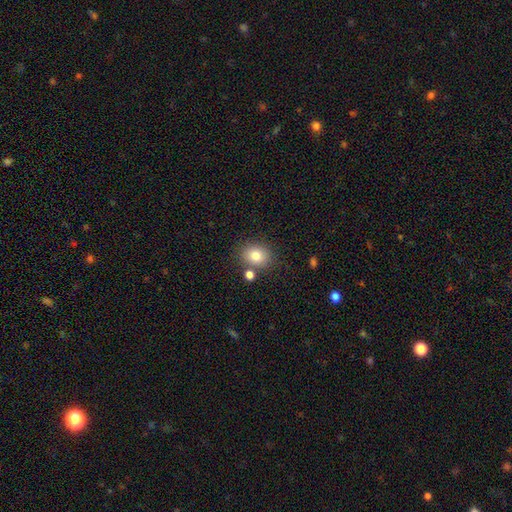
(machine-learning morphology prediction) This appears to be a smooth galaxy with no disk features (81%) that is round (60%). Merging: none (76%).